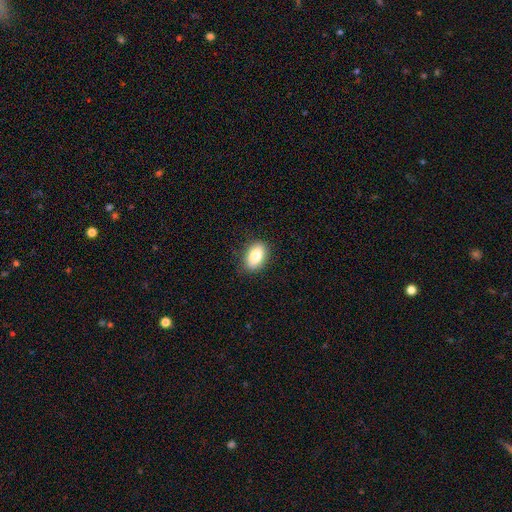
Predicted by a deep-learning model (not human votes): Smooth or featured?
  - smooth: 83% *
  - featured or disk: 10%
  - star or artifact: 8%
How rounded?
  - in between: 88% *
  - round: 9%
  - cigar-shaped: 2%
Merging?
  - none: 87% *
  - minor disturbance: 10%
  - major disturbance: 2%
  - merger: 1%